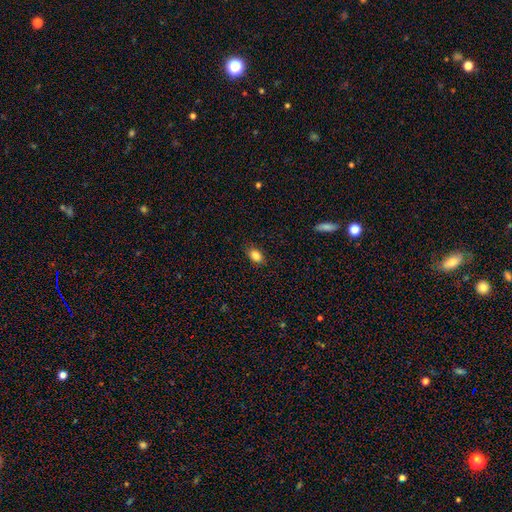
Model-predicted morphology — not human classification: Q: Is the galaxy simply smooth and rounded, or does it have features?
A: smooth — 85%.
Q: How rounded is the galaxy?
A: in between — 82%.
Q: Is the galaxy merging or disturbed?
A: none — 86%.